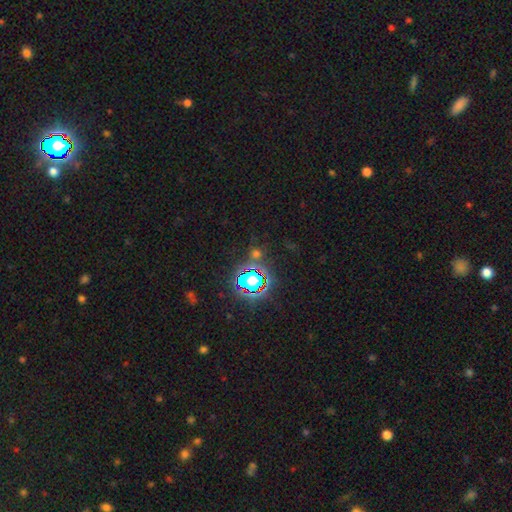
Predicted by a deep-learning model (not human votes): This is likely a star or artifact rather than a galaxy (73%).